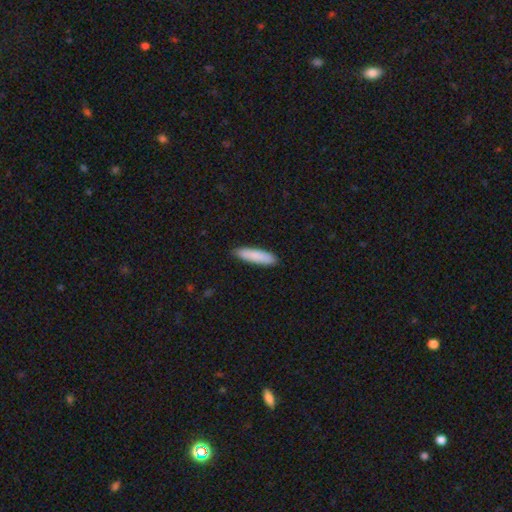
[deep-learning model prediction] Smooth or featured?
  - smooth: 86% *
  - featured or disk: 9%
  - star or artifact: 5%
How rounded?
  - cigar-shaped: 75% *
  - in between: 24%
  - round: 1%
Merging?
  - none: 88% *
  - minor disturbance: 9%
  - major disturbance: 2%
  - merger: 1%